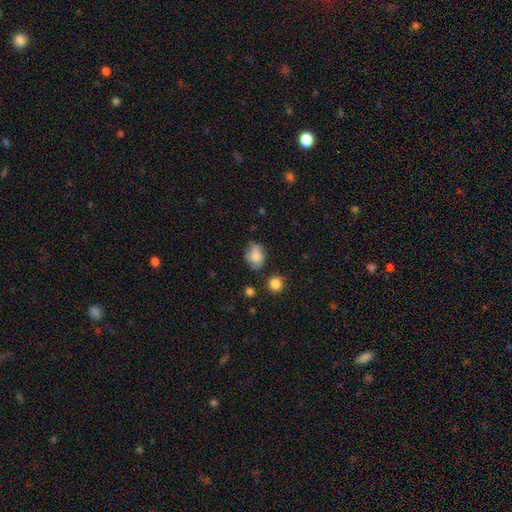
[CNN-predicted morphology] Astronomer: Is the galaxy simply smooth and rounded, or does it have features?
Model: smooth — 70%.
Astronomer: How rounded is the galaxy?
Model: in between — 57% (runner-up: round, 42%).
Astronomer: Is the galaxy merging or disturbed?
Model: none — 61%.